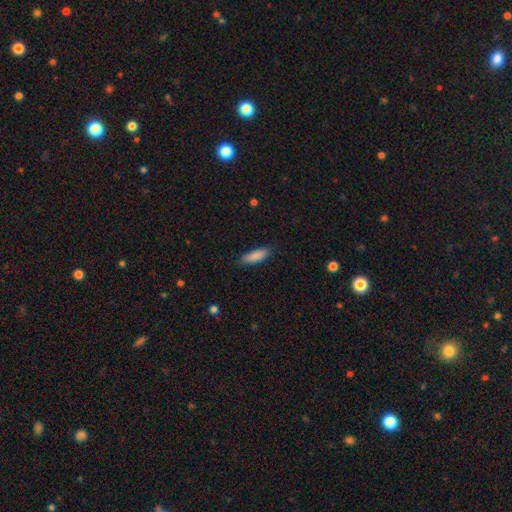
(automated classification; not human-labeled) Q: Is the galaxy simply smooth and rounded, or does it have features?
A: smooth — 87%.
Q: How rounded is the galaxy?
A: in between — 52%.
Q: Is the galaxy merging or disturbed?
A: none — 84%.